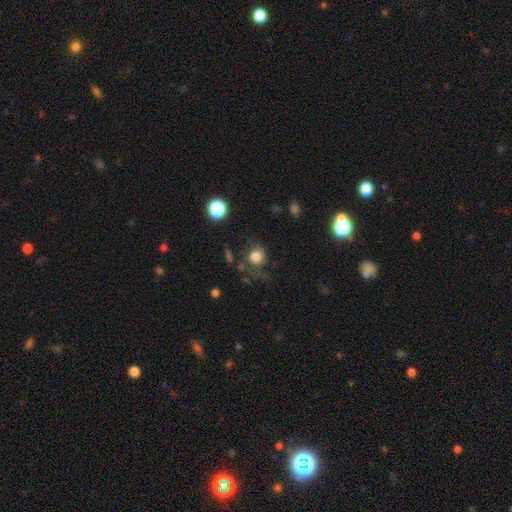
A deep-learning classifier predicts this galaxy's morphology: Overall: smooth (72%). How rounded: round (79%). Merging: none (51%; minor disturbance 23%).